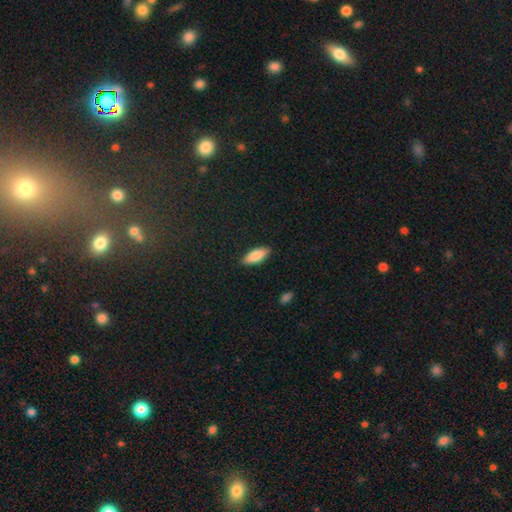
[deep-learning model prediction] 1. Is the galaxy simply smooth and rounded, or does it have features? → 85% smooth, 9% featured or disk, 6% star or artifact.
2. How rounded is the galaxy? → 75% in between, 23% cigar-shaped, 2% round.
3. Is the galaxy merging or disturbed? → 87% none, 10% minor disturbance, 2% major disturbance, 1% merger.